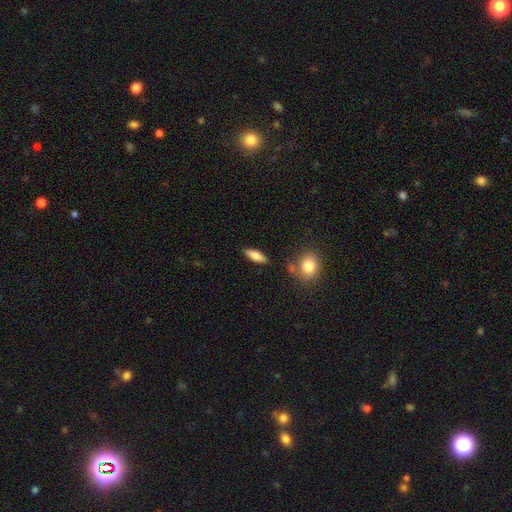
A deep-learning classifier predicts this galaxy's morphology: This appears to be a smooth galaxy with no disk features (77%) that is in between round and cigar-shaped (57%). Merging: none (83%).